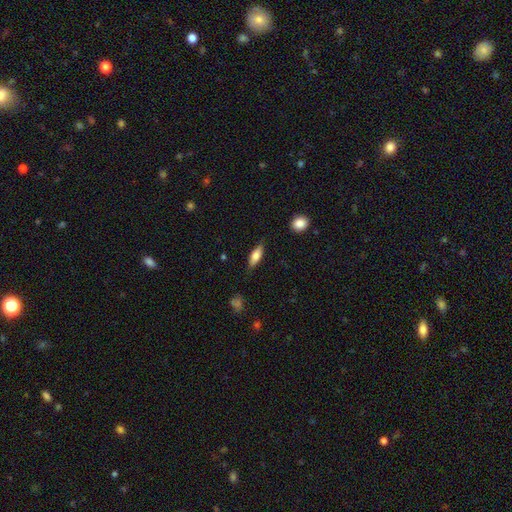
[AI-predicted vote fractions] smooth 69%, featured or disk 24%, star or artifact 7%. Down the decision tree: how rounded — in between (63%); merging — none (82%).